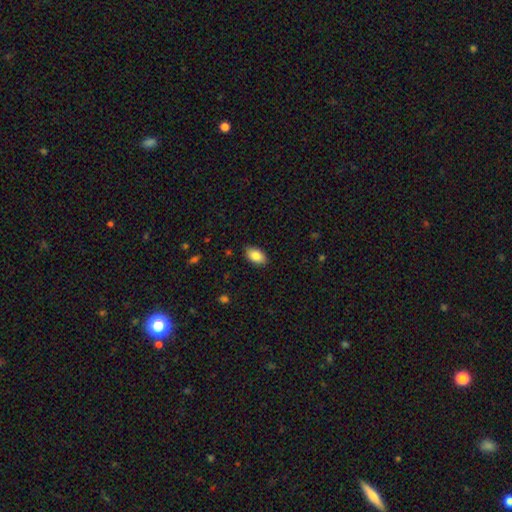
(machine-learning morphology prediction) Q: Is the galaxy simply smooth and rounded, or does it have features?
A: smooth — 85%.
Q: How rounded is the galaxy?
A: in between — 92%.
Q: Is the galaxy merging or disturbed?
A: none — 87%.